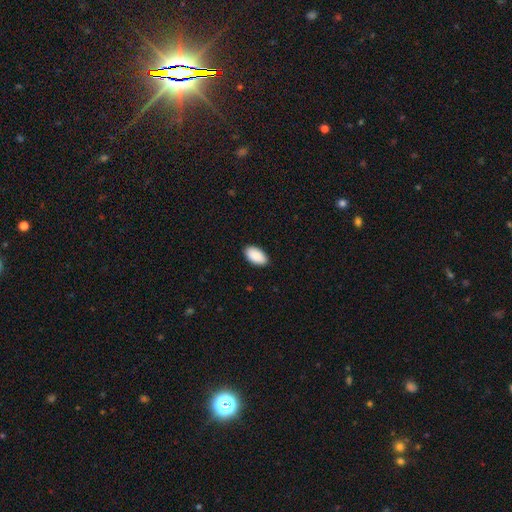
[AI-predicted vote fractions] Overall: smooth (91%). How rounded: in between (96%). Merging: none (89%).